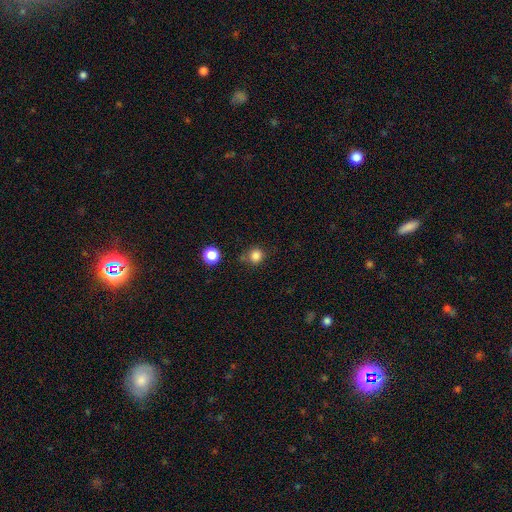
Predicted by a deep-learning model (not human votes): This appears to be a smooth galaxy with no disk features (83%) that is round (88%). Merging: none (73%).